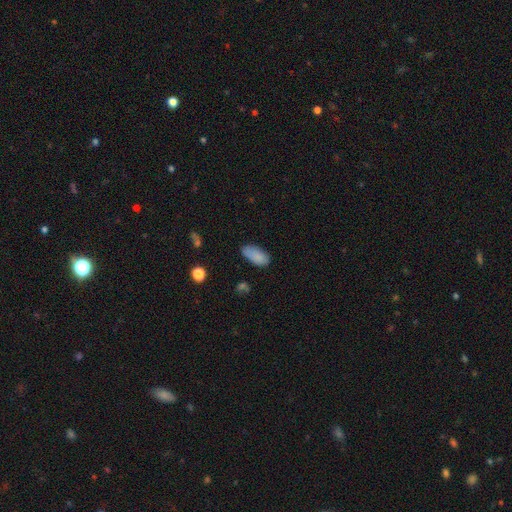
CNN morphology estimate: smooth-or-featured: smooth: 85% | star or artifact: 8% | featured or disk: 7%
  how-rounded: in between: 92% | cigar-shaped: 6% | round: 2%
  merging: none: 71% | minor disturbance: 22% | major disturbance: 5% | merger: 2%